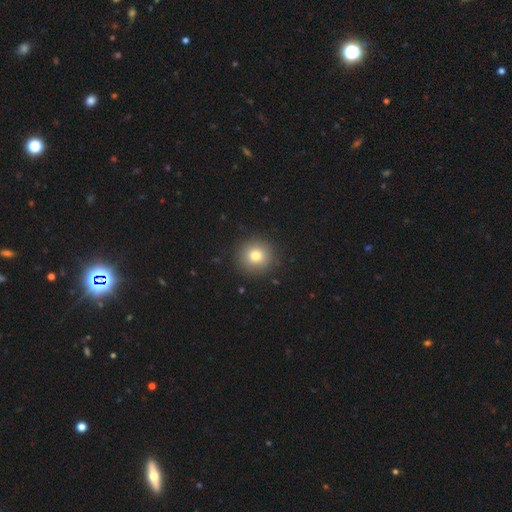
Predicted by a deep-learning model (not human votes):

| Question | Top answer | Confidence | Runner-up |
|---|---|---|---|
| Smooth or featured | smooth | 78% | star or artifact (12%) |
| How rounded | round | 94% | in between (5%) |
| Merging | none | 91% | minor disturbance (6%) |